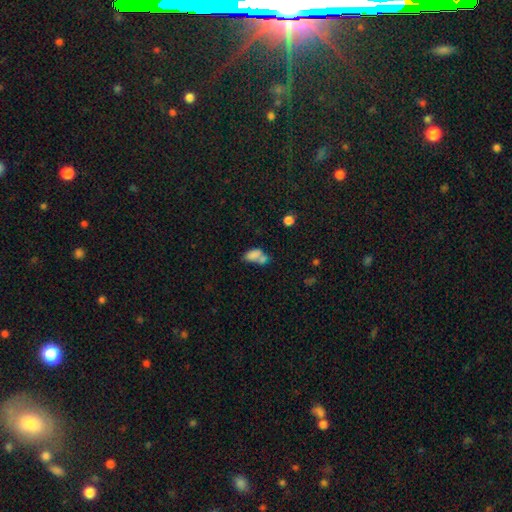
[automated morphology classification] Smooth or featured: smooth — 74% (featured or disk — 15%)
How rounded: in between — 88% (round — 8%)
Merging: merger — 49% (none — 26%)